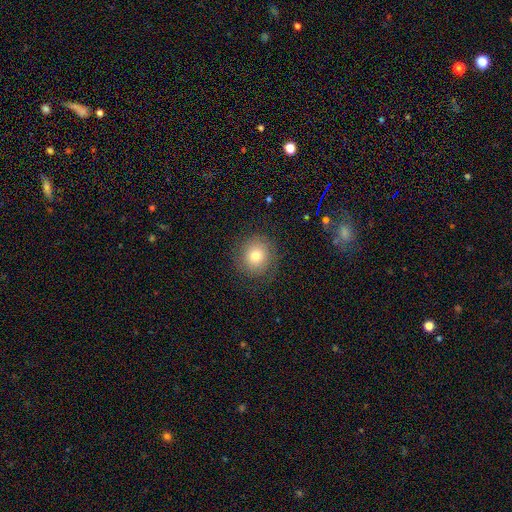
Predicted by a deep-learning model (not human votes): Smooth or featured?
  - smooth: 68% *
  - featured or disk: 20%
  - star or artifact: 12%
How rounded?
  - round: 88% *
  - in between: 11%
  - cigar-shaped: 1%
Merging?
  - none: 79% *
  - minor disturbance: 13%
  - major disturbance: 7%
  - merger: 1%